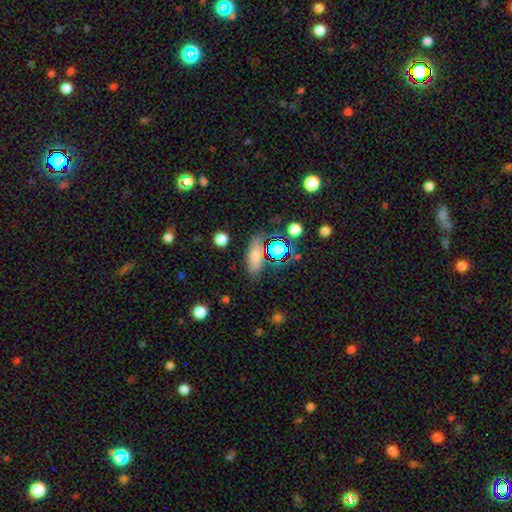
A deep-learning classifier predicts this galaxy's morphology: Smooth or featured? Predicted: smooth (p=0.62). How rounded? Predicted: in between (p=0.71). Merging? Predicted: none (p=0.76).